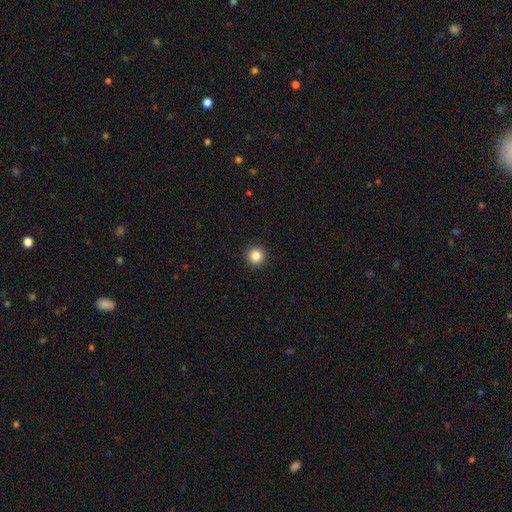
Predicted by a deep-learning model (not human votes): Smooth or featured?
  - smooth: 85% *
  - star or artifact: 11%
  - featured or disk: 4%
How rounded?
  - round: 96% *
  - in between: 3%
  - cigar-shaped: 1%
Merging?
  - none: 94% *
  - minor disturbance: 4%
  - major disturbance: 2%
  - merger: 1%